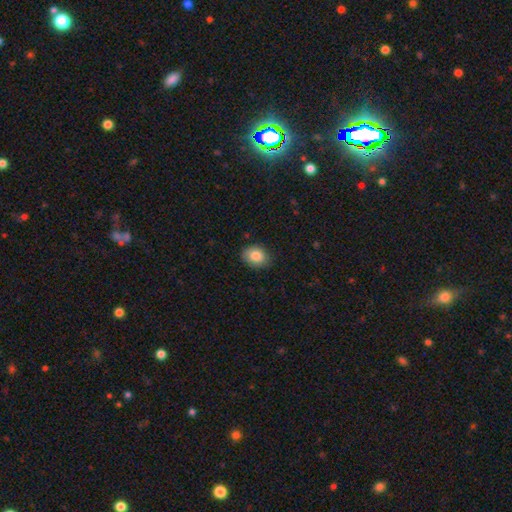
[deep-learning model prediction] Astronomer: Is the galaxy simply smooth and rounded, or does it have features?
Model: smooth — 85%.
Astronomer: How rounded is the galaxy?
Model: in between — 62% (runner-up: round, 38%).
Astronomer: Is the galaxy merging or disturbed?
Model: none — 85%.